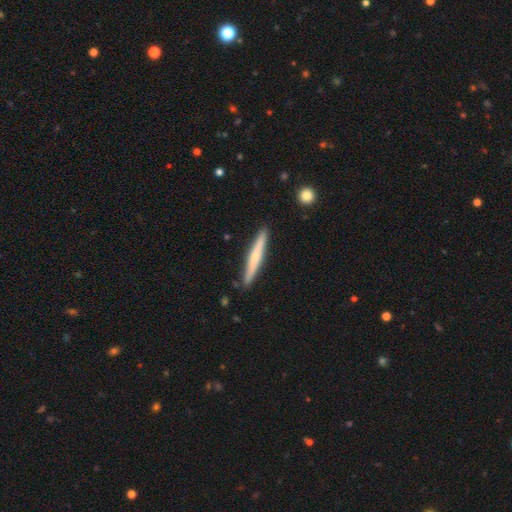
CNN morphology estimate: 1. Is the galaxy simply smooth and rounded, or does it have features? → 47% featured or disk (tied), 47% smooth (tied), 5% star or artifact.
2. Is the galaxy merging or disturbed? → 90% none, 7% minor disturbance, 1% merger, 1% major disturbance.